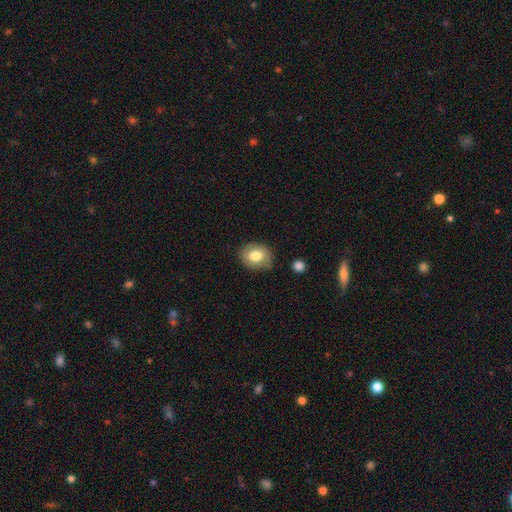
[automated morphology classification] A smooth galaxy with no disk features (78%) that is round (52%). Merging: none (79%).